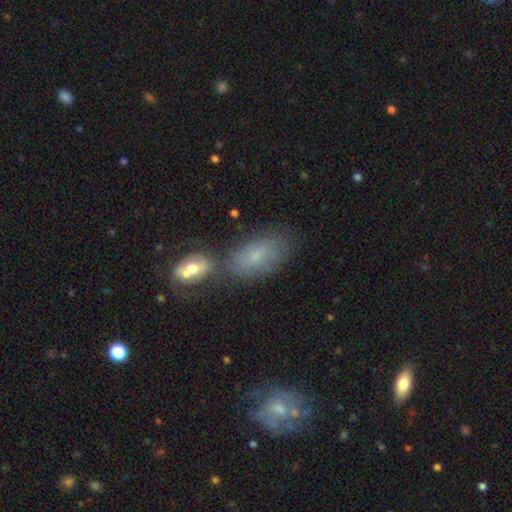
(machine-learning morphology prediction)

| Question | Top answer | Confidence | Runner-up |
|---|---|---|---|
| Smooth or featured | smooth | 58% | featured or disk (30%) |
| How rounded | in between | 91% | round (5%) |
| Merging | none | 53% | merger (21%) |